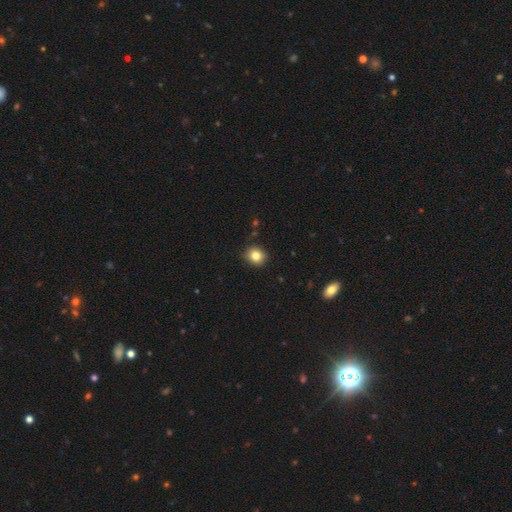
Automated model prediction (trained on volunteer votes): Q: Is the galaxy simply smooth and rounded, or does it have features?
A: smooth — 82%.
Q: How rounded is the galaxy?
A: round — 81%.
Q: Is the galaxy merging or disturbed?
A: none — 85%.